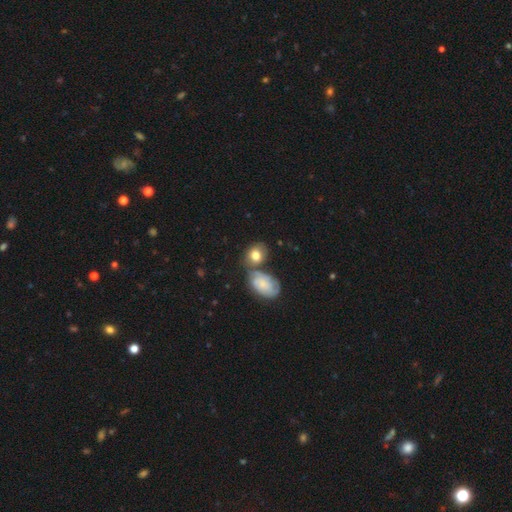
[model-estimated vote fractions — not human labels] Smooth or featured: smooth — 72% (featured or disk — 21%)
How rounded: in between — 53% (round — 46%)
Merging: none — 49% (merger — 29%)